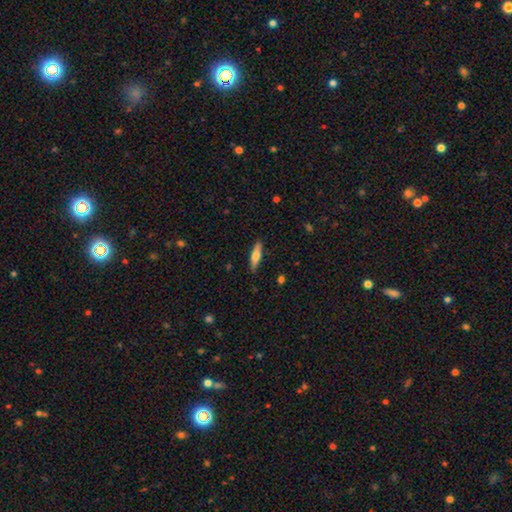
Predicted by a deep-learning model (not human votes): The model was most divided on "smooth or featured": smooth: 55%, featured or disk: 39%, star or artifact: 6%. More confident: merging — none (89%); how rounded — cigar-shaped (74%).